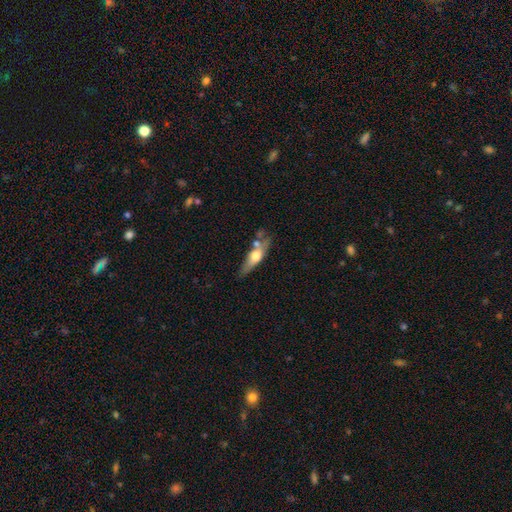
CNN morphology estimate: featured or disk 48%, smooth 46%, star or artifact 6%. Down the decision tree: merging — none (59%).